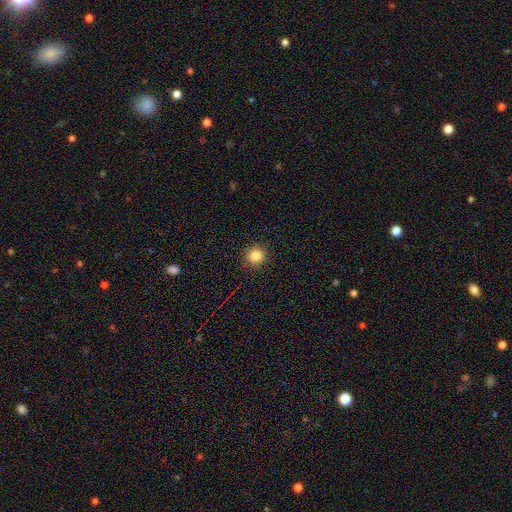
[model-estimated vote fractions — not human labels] Smooth or featured? Predicted: smooth (p=0.84). How rounded? Predicted: round (p=0.93). Merging? Predicted: none (p=0.92).